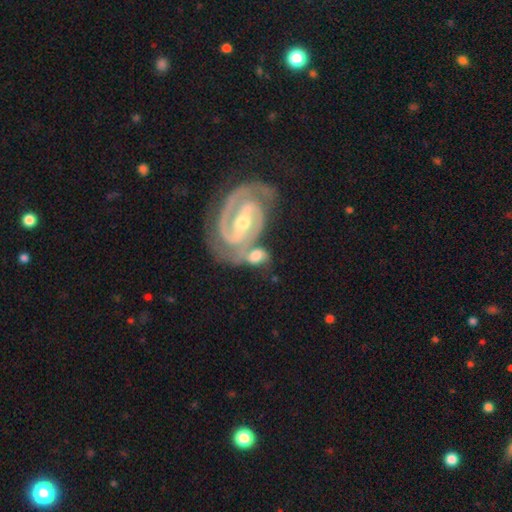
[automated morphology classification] The model was most divided on "spiral winding": medium: 47%, tight: 41%, loose: 12%. Remaining: edge-on disk — no (96%); spiral arms — yes (91%); spiral arm count — 2 (86%); smooth or featured — featured or disk (69%); bulge size — moderate (62%); merging — merger (45%); bar — weak (41%).